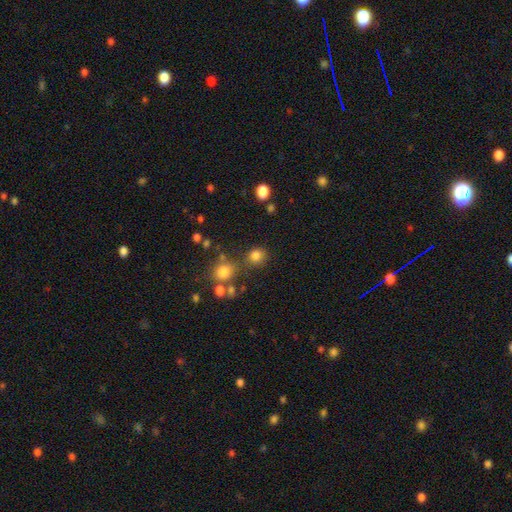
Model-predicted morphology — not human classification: Overall: smooth (80%). How rounded: round (82%). Merging: none (71%).